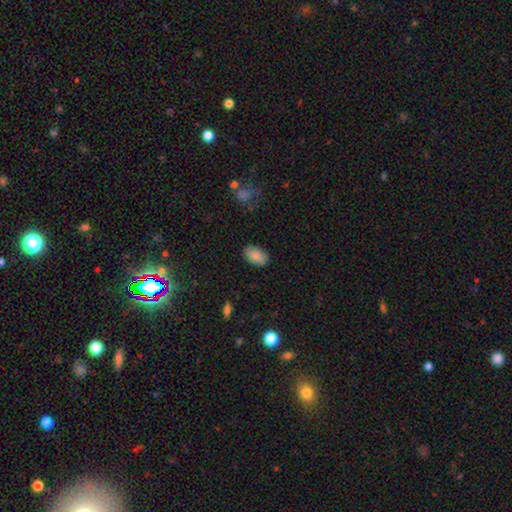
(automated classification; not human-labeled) The model was most divided on "merging": none: 86%, minor disturbance: 10%, major disturbance: 3%, merger: 1%. More confident: how rounded — in between (93%); smooth or featured — smooth (87%).